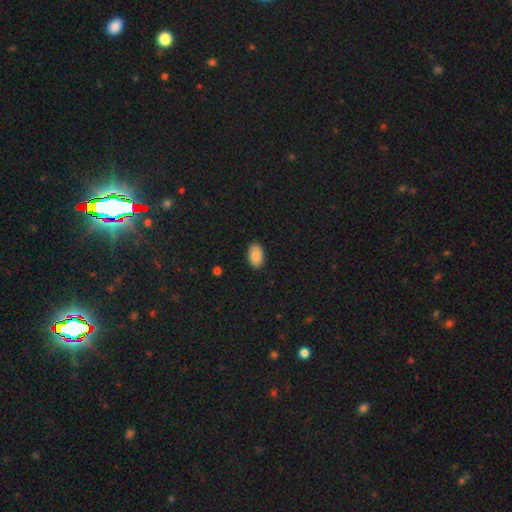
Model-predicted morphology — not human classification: Smooth or featured? Predicted: smooth (p=0.86). How rounded? Predicted: in between (p=0.92). Merging? Predicted: none (p=0.88).